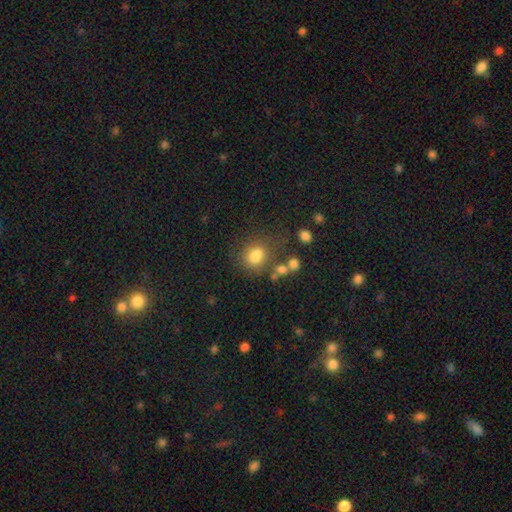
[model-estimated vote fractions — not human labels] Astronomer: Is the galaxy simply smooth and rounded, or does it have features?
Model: smooth — 80%.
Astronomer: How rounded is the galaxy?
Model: in between — 52% (runner-up: round, 46%).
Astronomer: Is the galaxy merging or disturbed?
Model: none — 62%.